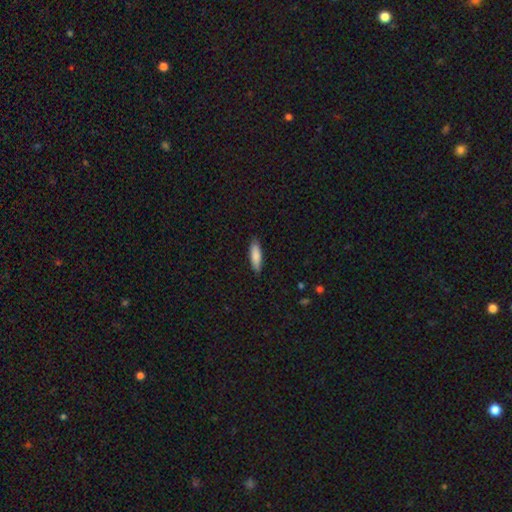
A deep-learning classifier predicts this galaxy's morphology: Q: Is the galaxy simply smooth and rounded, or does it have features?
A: smooth — 85%.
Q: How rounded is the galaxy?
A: cigar-shaped — 61%.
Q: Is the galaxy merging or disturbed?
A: none — 88%.